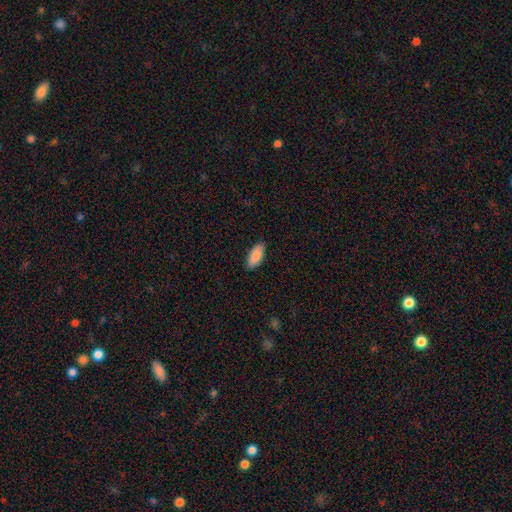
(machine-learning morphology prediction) smooth_or_featured: smooth (p=0.88) [alt: featured or disk p=0.06]
how_rounded: in between (p=0.85) [alt: cigar-shaped p=0.13]
merging: none (p=0.88) [alt: minor disturbance p=0.09]